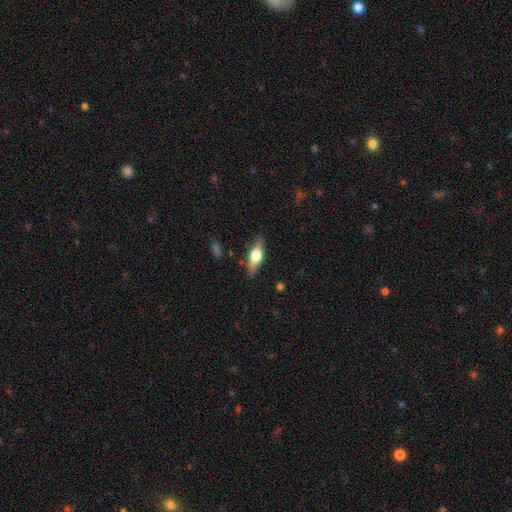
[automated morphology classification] smooth_or_featured: smooth (p=0.49) [alt: featured or disk p=0.45]
merging: none (p=0.81) [alt: minor disturbance p=0.14]